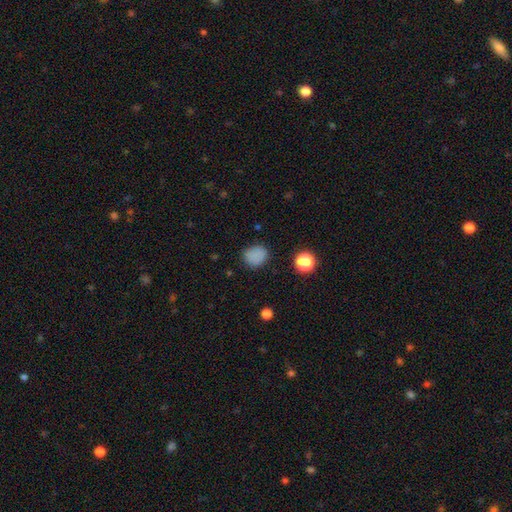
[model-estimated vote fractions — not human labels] Smooth or featured? smooth (82%)
How rounded? round (71%)
Merging? none (81%)